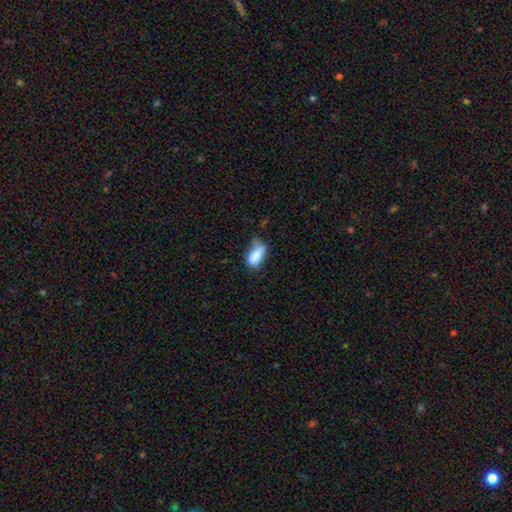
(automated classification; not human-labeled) This appears to be a smooth galaxy with no disk features (82%) that is in between round and cigar-shaped (87%). Merging: minor disturbance (40%).